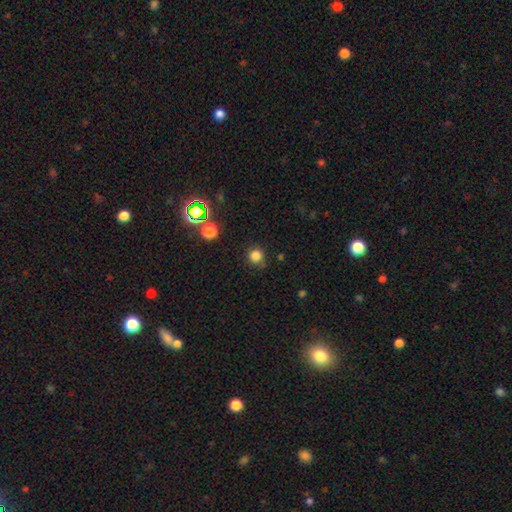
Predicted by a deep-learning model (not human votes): The model was most divided on "smooth or featured": smooth: 80%, star or artifact: 16%, featured or disk: 4%. More confident: how rounded — round (93%); merging — none (83%).